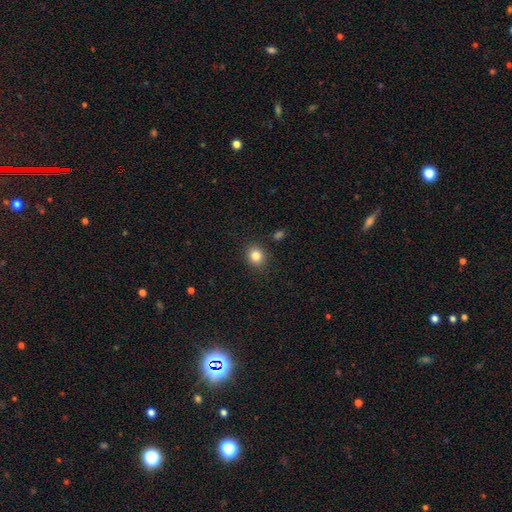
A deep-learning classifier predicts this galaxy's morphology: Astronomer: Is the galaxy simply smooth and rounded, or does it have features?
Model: smooth — 84%.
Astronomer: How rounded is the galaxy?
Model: round — 72%.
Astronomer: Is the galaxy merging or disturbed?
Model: none — 88%.